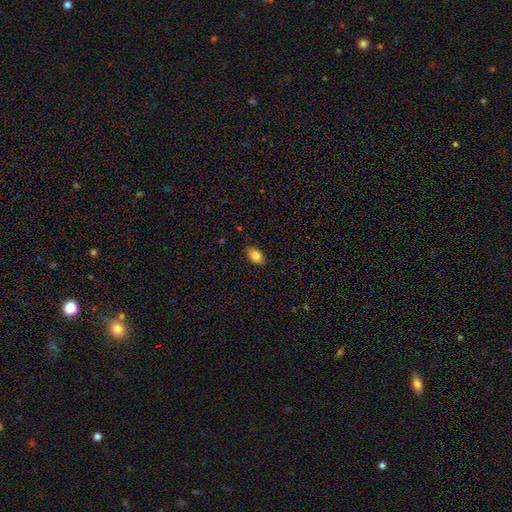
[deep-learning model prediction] smooth-or-featured: smooth: 83% | featured or disk: 9% | star or artifact: 8%
  how-rounded: in between: 89% | round: 9% | cigar-shaped: 2%
  merging: none: 87% | minor disturbance: 10% | major disturbance: 2% | merger: 1%